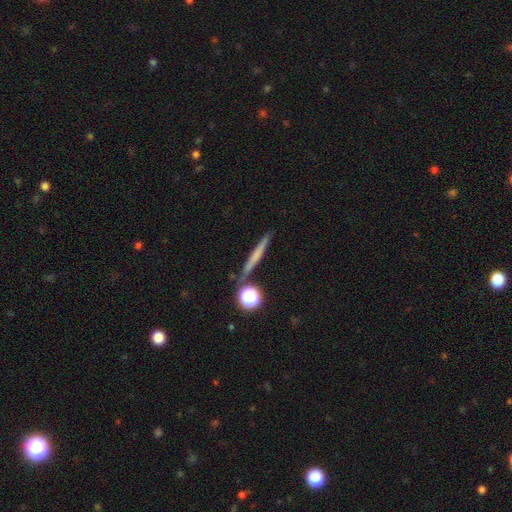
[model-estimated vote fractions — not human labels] Smooth or featured: smooth — 51% (featured or disk — 39%)
How rounded: cigar-shaped — 84% (round — 10%)
Merging: none — 85% (minor disturbance — 8%)